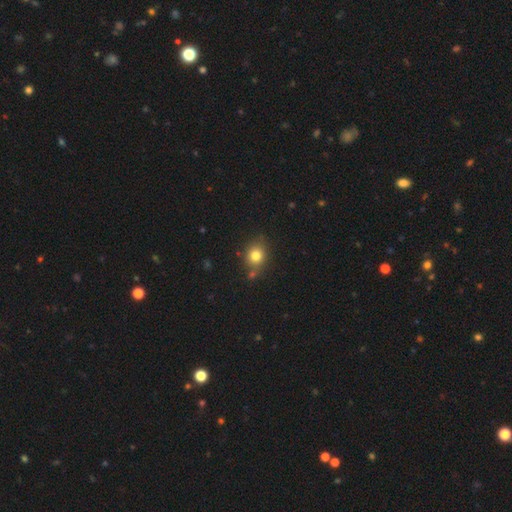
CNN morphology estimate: A smooth galaxy with no disk features (79%) that is round (68%). Merging: none (75%).